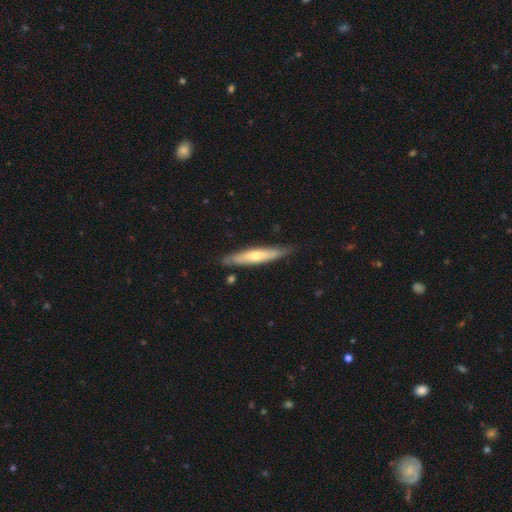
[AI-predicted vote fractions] Smooth or featured? Predicted: featured or disk (p=0.55). Edge-on disk? Predicted: yes (p=0.83). Merging? Predicted: none (p=0.81).